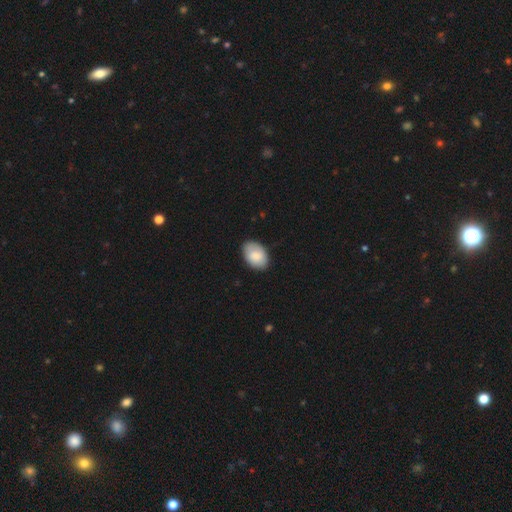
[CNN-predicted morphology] type=smooth (85%); roundness=in between (89%); merging=none (80%).